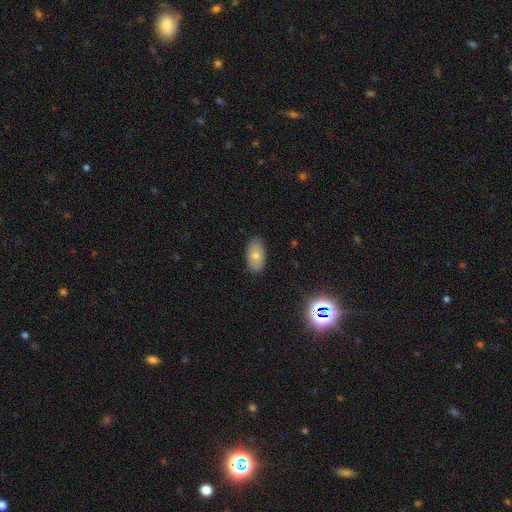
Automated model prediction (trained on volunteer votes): smooth 75%, featured or disk 17%, star or artifact 9%. Down the decision tree: how rounded — in between (93%); merging — none (86%).